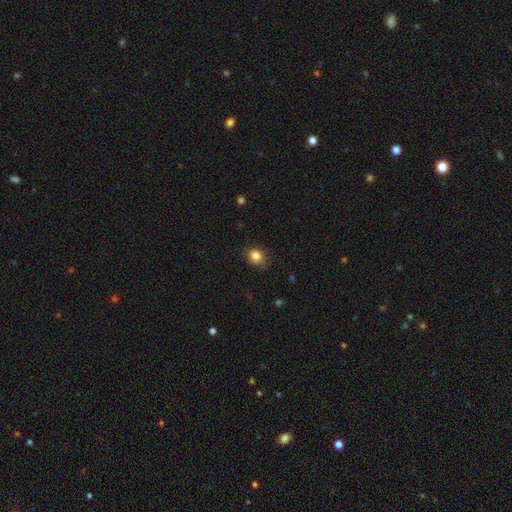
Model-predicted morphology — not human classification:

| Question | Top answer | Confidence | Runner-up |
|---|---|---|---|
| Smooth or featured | smooth | 84% | star or artifact (11%) |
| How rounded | round | 58% | in between (41%) |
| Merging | none | 82% | minor disturbance (14%) |